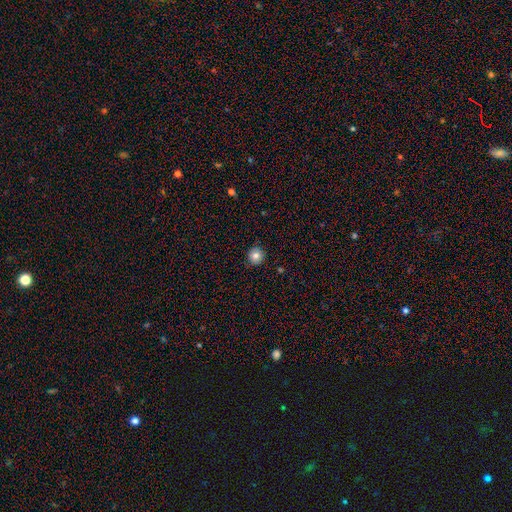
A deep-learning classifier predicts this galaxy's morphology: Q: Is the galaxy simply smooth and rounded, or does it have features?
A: smooth — 80%.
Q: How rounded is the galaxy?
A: round — 92%.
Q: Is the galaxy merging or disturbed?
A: none — 89%.